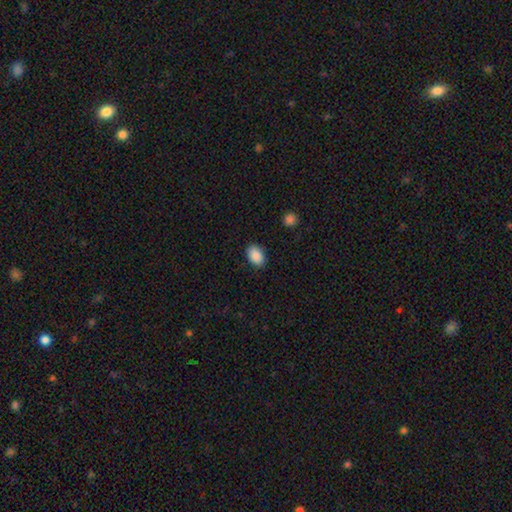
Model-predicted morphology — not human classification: Q: Smooth or featured?
A: smooth (90%); runner-up: star or artifact (7%)
Q: How rounded?
A: in between (87%); runner-up: round (12%)
Q: Merging?
A: none (87%); runner-up: minor disturbance (9%)